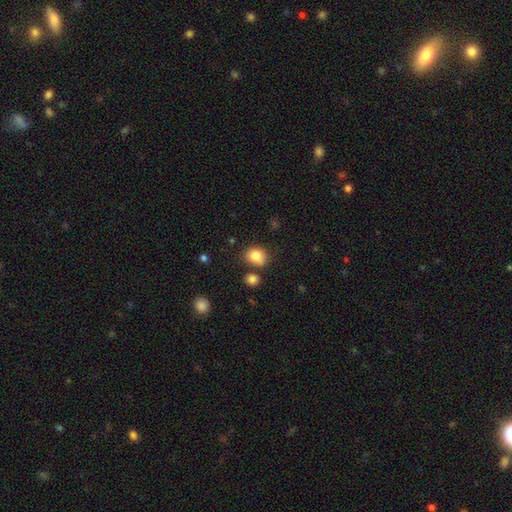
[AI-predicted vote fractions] smooth-or-featured: smooth: 83% | star or artifact: 10% | featured or disk: 7%
  how-rounded: round: 54% | in between: 45% | cigar-shaped: 1%
  merging: none: 61% | minor disturbance: 19% | merger: 14% | major disturbance: 6%